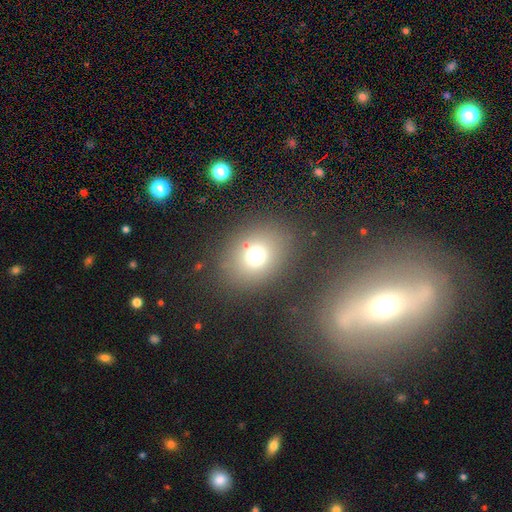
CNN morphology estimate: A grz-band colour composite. It shows a smooth galaxy with no disk features (71%) that is round (59%). Merging: none (79%).